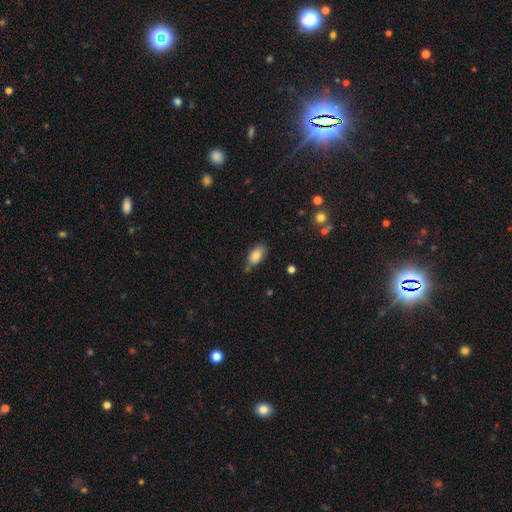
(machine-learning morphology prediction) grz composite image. It shows a smooth galaxy with no disk features (82%) that is in between round and cigar-shaped (91%). Merging: none (65%).